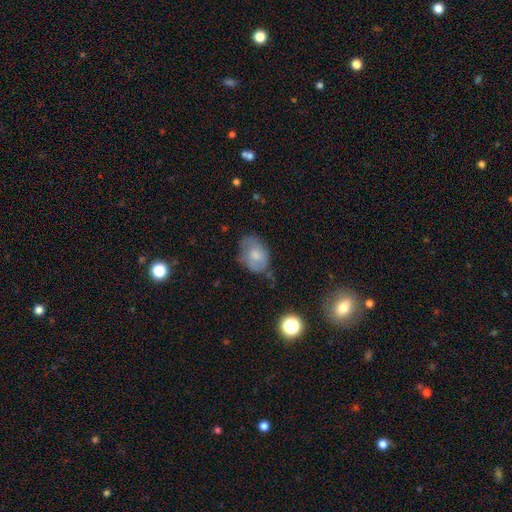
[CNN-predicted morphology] This is likely a smooth galaxy (68%). How rounded: likely in between (79%). Merging: possibly none (52%).